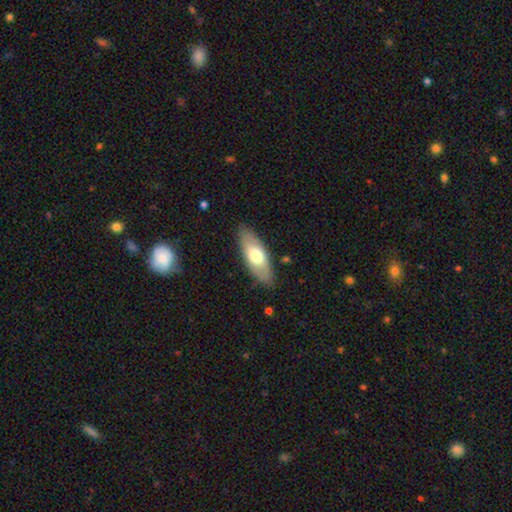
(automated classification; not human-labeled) smooth 64%, featured or disk 31%, star or artifact 5%. Down the decision tree: how rounded — in between (74%); merging — none (86%).